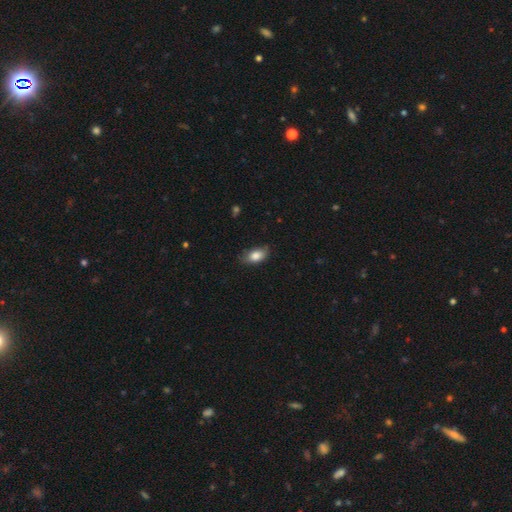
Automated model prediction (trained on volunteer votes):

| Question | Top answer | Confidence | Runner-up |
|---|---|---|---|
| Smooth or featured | smooth | 83% | featured or disk (10%) |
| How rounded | in between | 90% | round (7%) |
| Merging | none | 72% | minor disturbance (23%) |